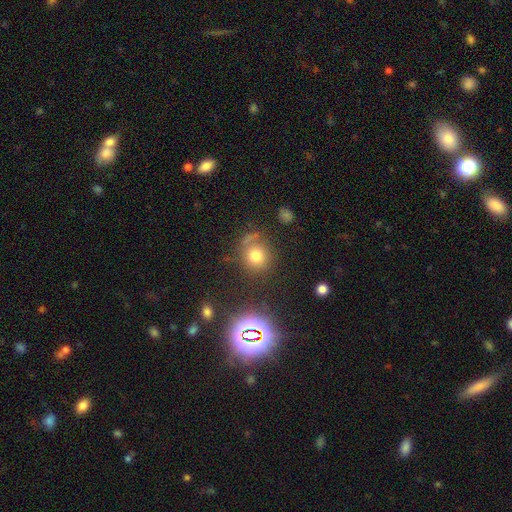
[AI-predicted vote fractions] This appears to be a smooth galaxy with no disk features (70%) that is round (85%). Merging: none (67%).